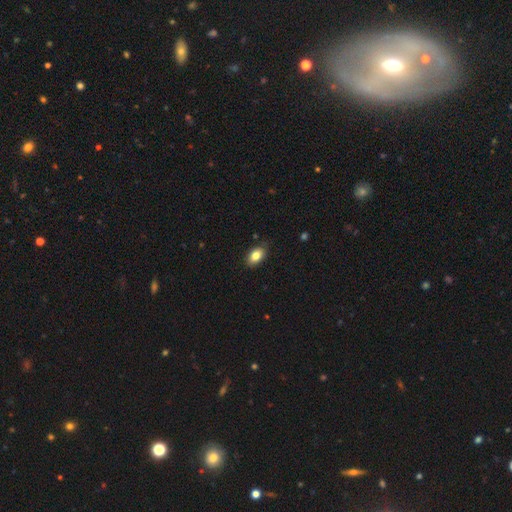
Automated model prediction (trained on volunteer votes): Smooth or featured? smooth (83%)
How rounded? in between (89%)
Merging? none (85%)